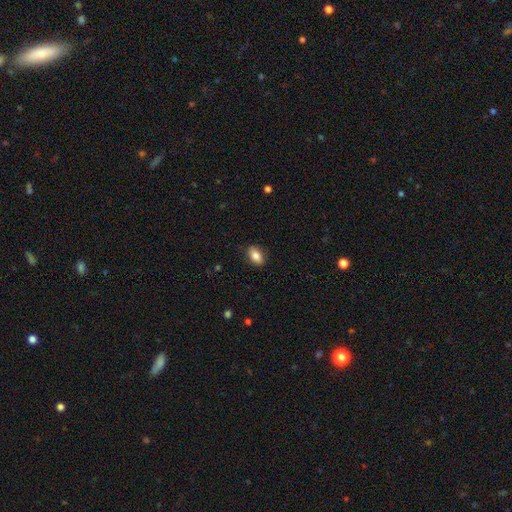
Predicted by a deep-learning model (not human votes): This is clearly a smooth galaxy (83%). How rounded: clearly in between (88%). Merging: clearly none (86%).